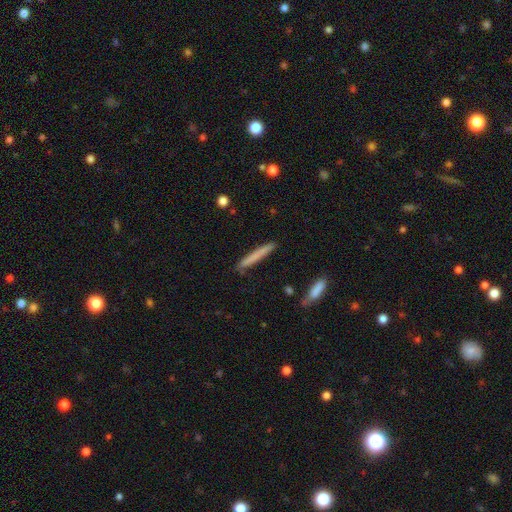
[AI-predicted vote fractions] smooth-or-featured: smooth: 71% | featured or disk: 23% | star or artifact: 6%
  how-rounded: cigar-shaped: 96% | in between: 3% | round: 1%
  merging: none: 88% | minor disturbance: 9% | merger: 2% | major disturbance: 2%